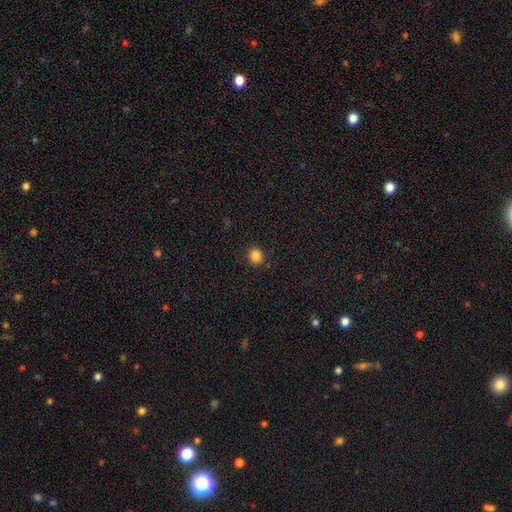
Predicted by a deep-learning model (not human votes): smooth-or-featured: smooth: 85% | star or artifact: 12% | featured or disk: 3%
  how-rounded: round: 87% | in between: 12% | cigar-shaped: 1%
  merging: none: 90% | minor disturbance: 7% | major disturbance: 2% | merger: 1%